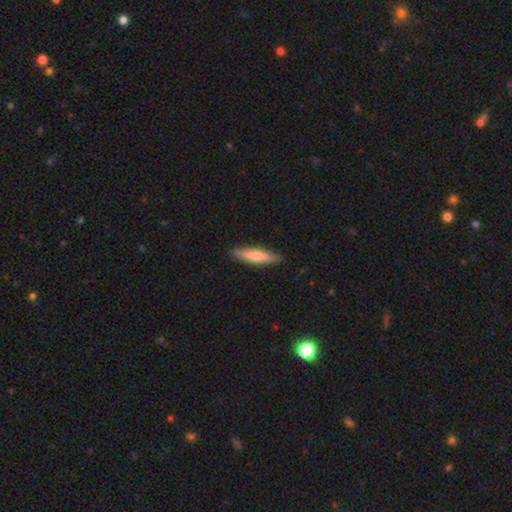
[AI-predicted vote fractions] Smooth or featured? Predicted: smooth (p=0.66). How rounded? Predicted: cigar-shaped (p=0.84). Merging? Predicted: none (p=0.89).